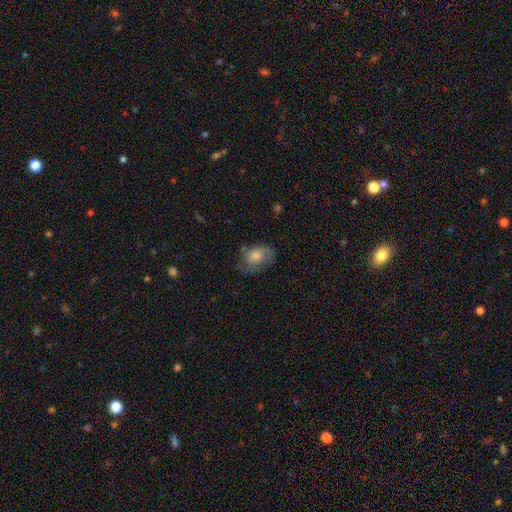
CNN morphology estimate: smooth 50%, featured or disk 39%, star or artifact 11%. Down the decision tree: how rounded — in between (76%); merging — none (60%).